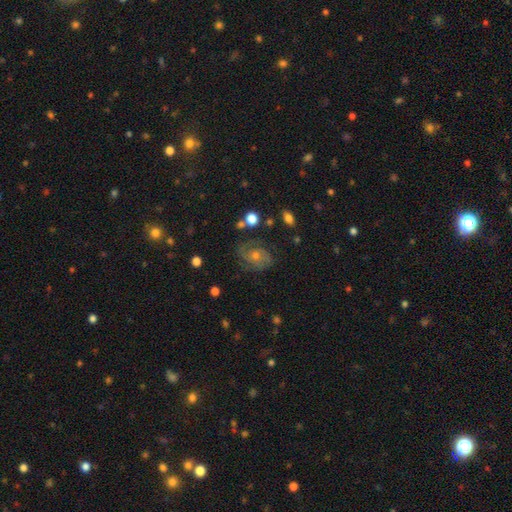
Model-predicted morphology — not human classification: This appears to be a featured or disk galaxy (65%) with no bar (76%), 2 (47%) tight (48%) spiral arms (89%) and a moderate central bulge (49%). Merging: none (74%).